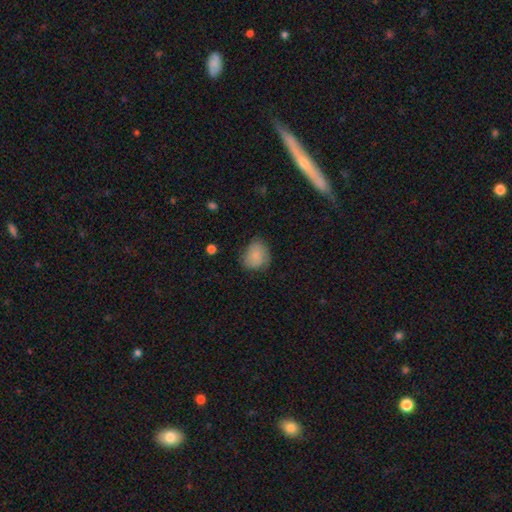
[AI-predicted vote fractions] Morphology: type=smooth (81%); roundness=round (67%); merging=none (66%).